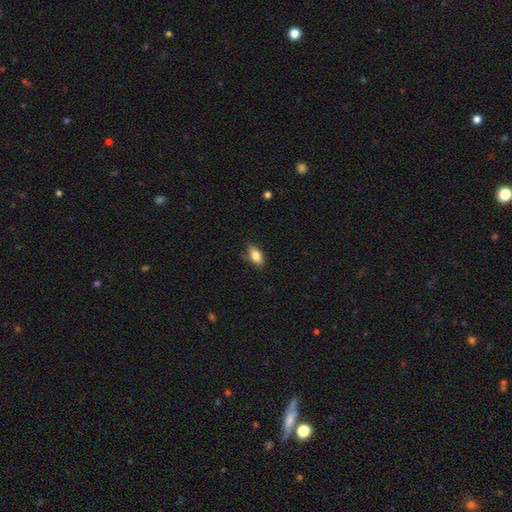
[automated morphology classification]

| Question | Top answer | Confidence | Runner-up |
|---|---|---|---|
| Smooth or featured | smooth | 81% | featured or disk (11%) |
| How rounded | in between | 88% | cigar-shaped (7%) |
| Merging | none | 79% | minor disturbance (17%) |